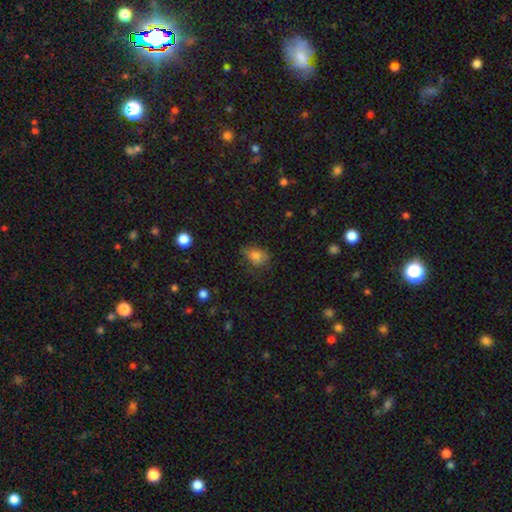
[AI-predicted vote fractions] A smooth galaxy with no disk features (79%) that is in between round and cigar-shaped (73%).

Vote fractions:
- Smooth or featured? smooth: 79% / star or artifact: 11% / featured or disk: 11%
- How rounded? in between: 73% / round: 26% / cigar-shaped: 2%
- Merging? none: 59% / minor disturbance: 29% / major disturbance: 11% / merger: 2%